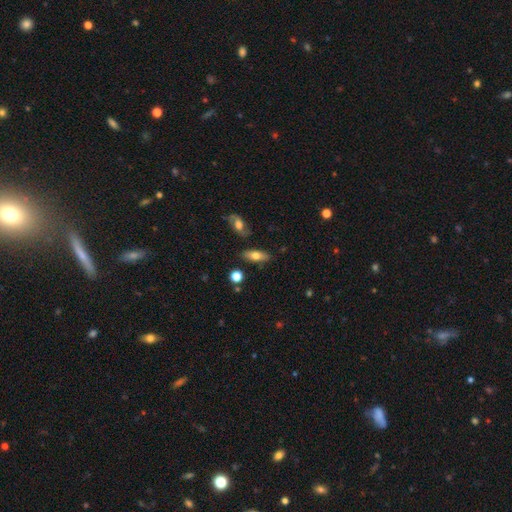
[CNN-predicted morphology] Smooth or featured: smooth — 66% (featured or disk — 26%)
How rounded: in between — 68% (cigar-shaped — 28%)
Merging: none — 82% (minor disturbance — 12%)